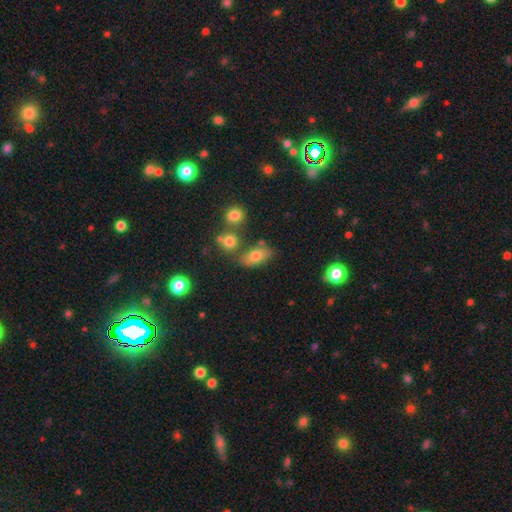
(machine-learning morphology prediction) A smooth galaxy with no disk features (74%) that is in between round and cigar-shaped (82%).

Vote fractions:
- Smooth or featured? smooth: 74% / featured or disk: 15% / star or artifact: 11%
- How rounded? in between: 82% / round: 12% / cigar-shaped: 5%
- Merging? none: 64% / merger: 16% / minor disturbance: 15% / major disturbance: 5%